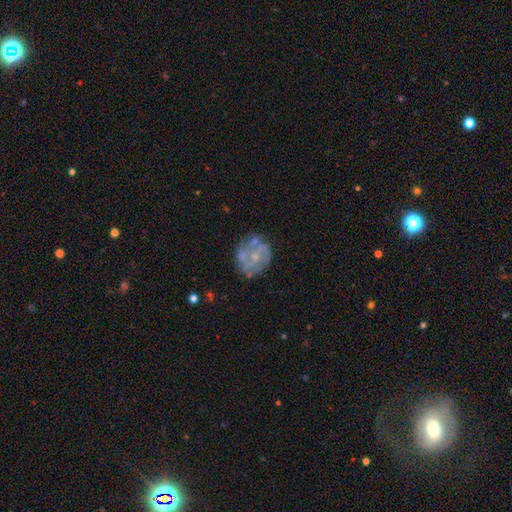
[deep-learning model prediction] A featured or disk galaxy (69%) with no bar (76%), spiral arms (53%) and a small central bulge (53%). Merging: none (62%).